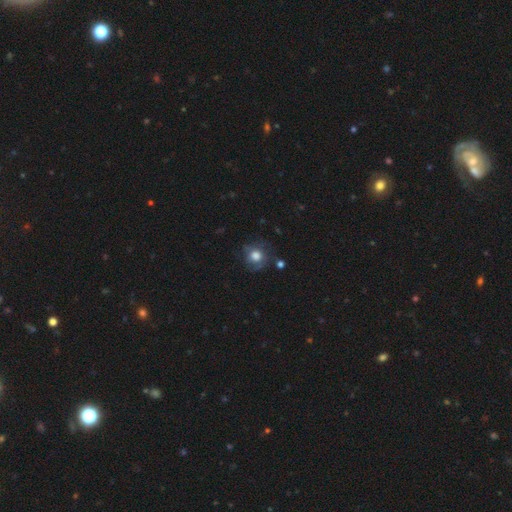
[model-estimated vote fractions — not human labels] Overall: smooth (65%). How rounded: round (85%). Merging: none (64%).